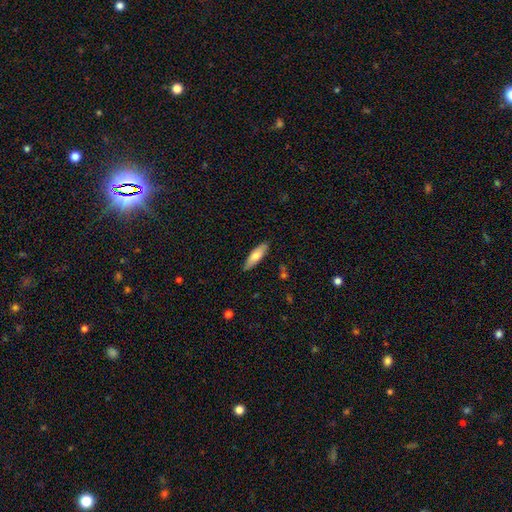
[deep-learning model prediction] The model was most divided on "how rounded": in between: 51%, cigar-shaped: 47%, round: 2%. More confident: merging — none (85%); smooth or featured — smooth (71%).